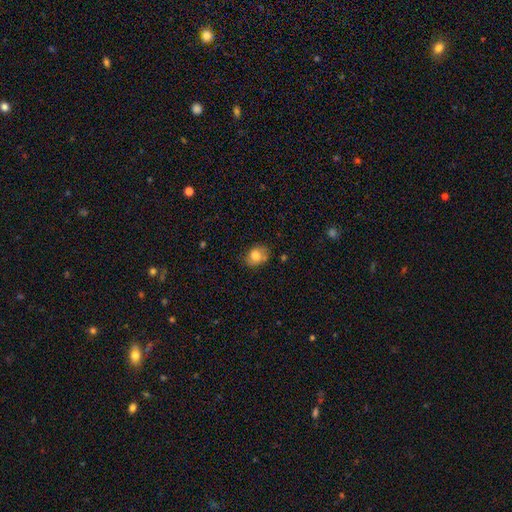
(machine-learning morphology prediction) The model was most divided on "how rounded": in between: 63%, round: 36%, cigar-shaped: 1%. More confident: smooth or featured — smooth (79%); merging — none (68%).